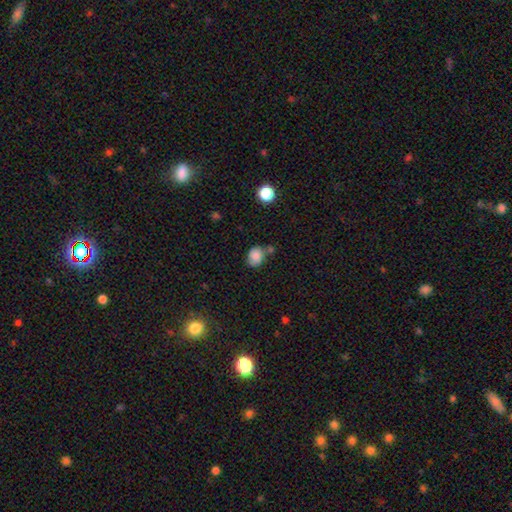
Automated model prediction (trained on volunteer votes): Q: Smooth or featured?
A: smooth (83%); runner-up: star or artifact (10%)
Q: How rounded?
A: in between (50%); runner-up: round (49%)
Q: Merging?
A: none (56%); runner-up: minor disturbance (23%)